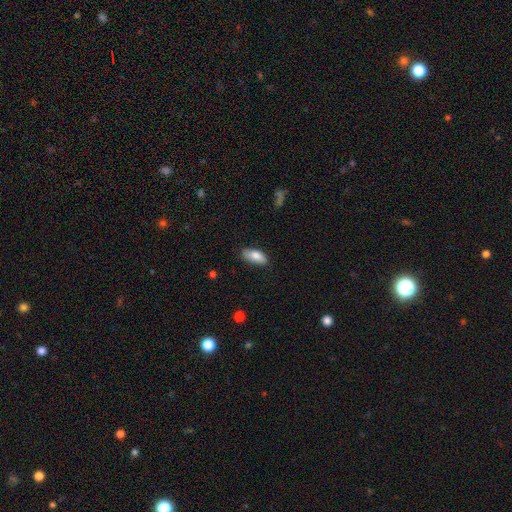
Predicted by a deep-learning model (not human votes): Overall: smooth (82%). How rounded: in between (84%). Merging: none (78%).